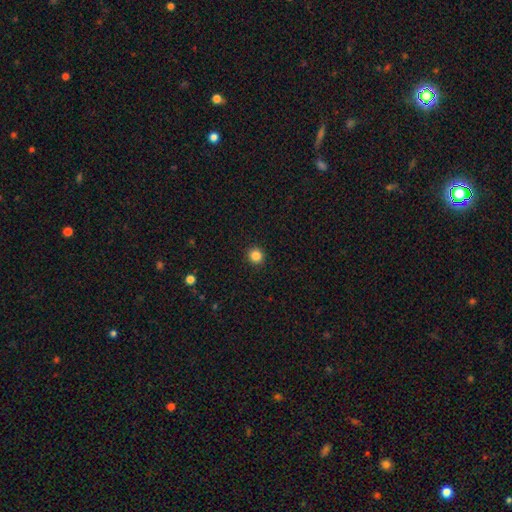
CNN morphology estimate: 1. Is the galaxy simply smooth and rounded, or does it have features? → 85% smooth, 11% star or artifact, 4% featured or disk.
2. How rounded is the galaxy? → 93% round, 6% in between, 1% cigar-shaped.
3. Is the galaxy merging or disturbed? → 93% none, 4% minor disturbance, 2% major disturbance, 1% merger.